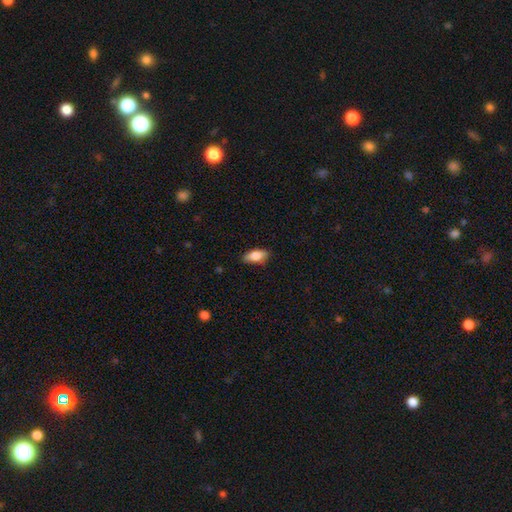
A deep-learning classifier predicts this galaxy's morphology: Overall: smooth (84%). How rounded: in between (88%). Merging: none (83%).